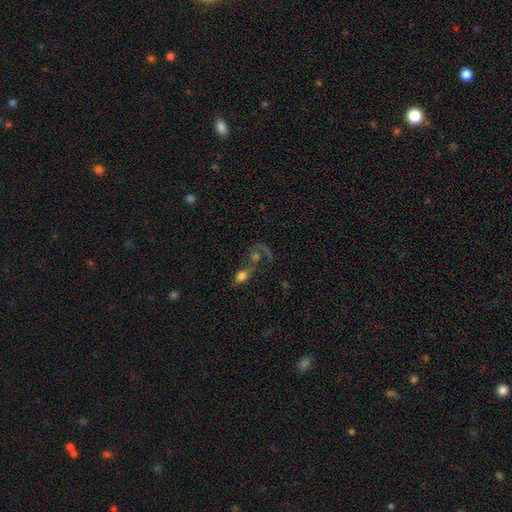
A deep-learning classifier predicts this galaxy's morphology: Smooth or featured?
  - featured or disk: 43% *
  - smooth: 37%
  - star or artifact: 20%
Merging?
  - merger: 62% *
  - none: 17%
  - major disturbance: 13%
  - minor disturbance: 7%